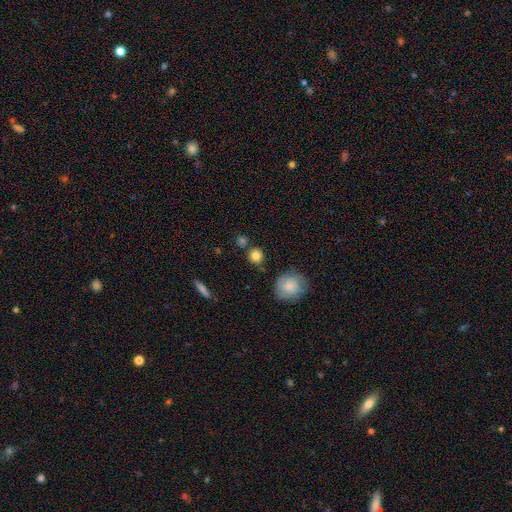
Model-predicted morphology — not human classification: type=smooth (83%); roundness=round (90%); merging=none (78%).